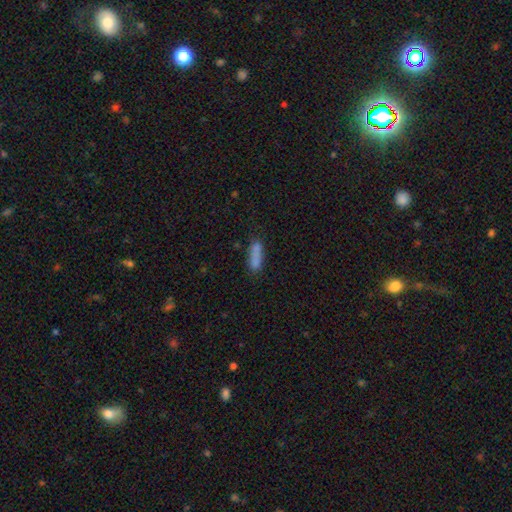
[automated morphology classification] Smooth or featured?
  - smooth: 79% *
  - featured or disk: 12%
  - star or artifact: 9%
How rounded?
  - cigar-shaped: 56% *
  - in between: 41%
  - round: 3%
Merging?
  - none: 62% *
  - minor disturbance: 18%
  - merger: 14%
  - major disturbance: 6%